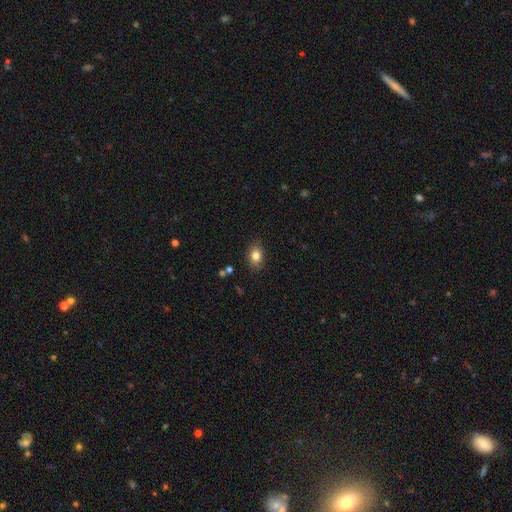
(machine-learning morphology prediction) Smooth or featured? Predicted: smooth (p=0.81). How rounded? Predicted: in between (p=0.70). Merging? Predicted: none (p=0.85).